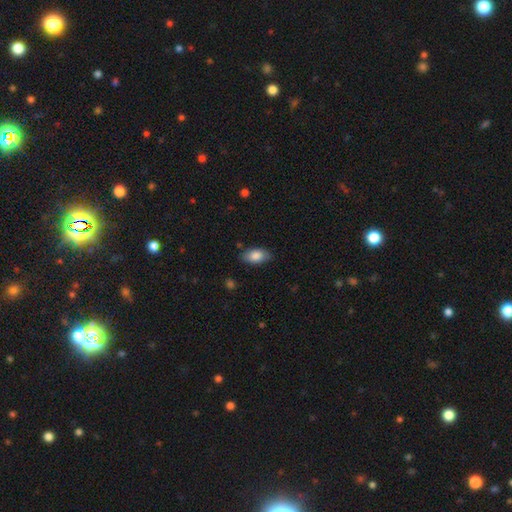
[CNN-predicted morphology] smooth-or-featured: smooth: 84% | featured or disk: 9% | star or artifact: 7%
  how-rounded: in between: 92% | cigar-shaped: 4% | round: 4%
  merging: none: 83% | minor disturbance: 13% | major disturbance: 3% | merger: 1%